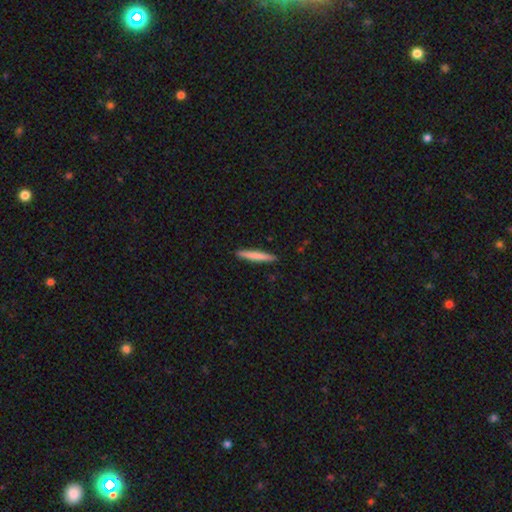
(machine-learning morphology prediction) Smooth or featured? smooth (74%)
How rounded? cigar-shaped (95%)
Merging? none (92%)